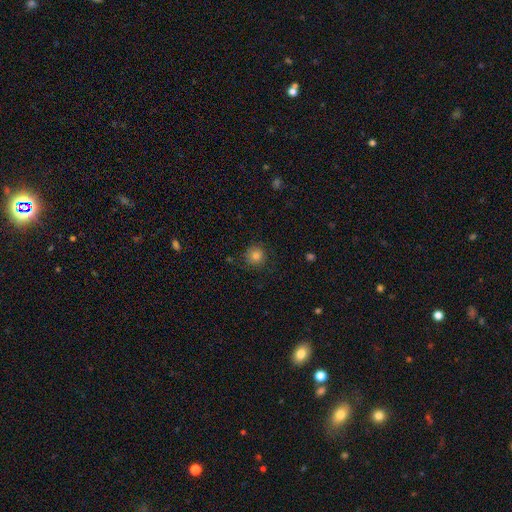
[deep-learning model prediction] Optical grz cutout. It shows a smooth galaxy with no disk features (83%) that is round (92%). Merging: none (84%).